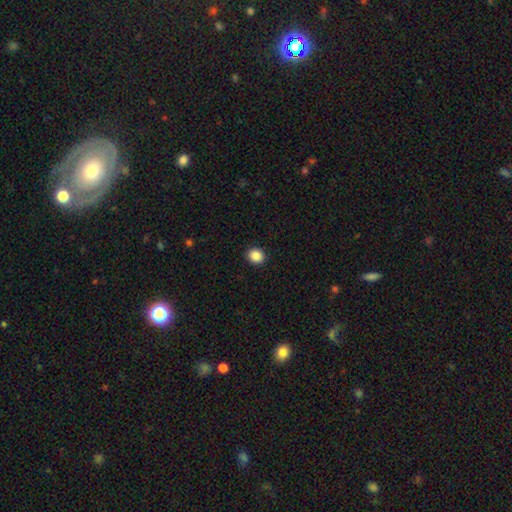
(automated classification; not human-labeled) Morphology: type=smooth (88%); roundness=round (71%); merging=none (92%).